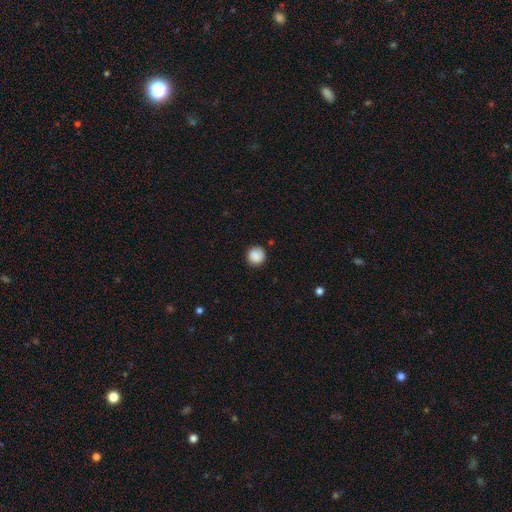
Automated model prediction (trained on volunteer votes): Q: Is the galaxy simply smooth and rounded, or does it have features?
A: smooth — 88%.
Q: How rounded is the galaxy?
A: round — 94%.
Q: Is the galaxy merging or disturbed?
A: none — 88%.